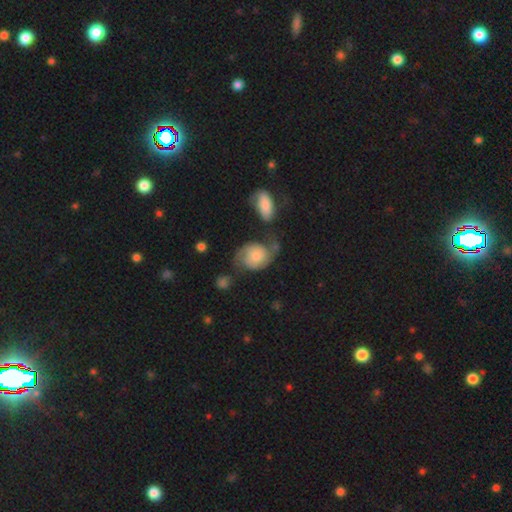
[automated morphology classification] Smooth or featured? featured or disk (56%)
Edge-on disk? no (97%)
Bar? no (76%)
Spiral arms? yes (87%)
Bulge size? small (43%)
Merging? none (40%)